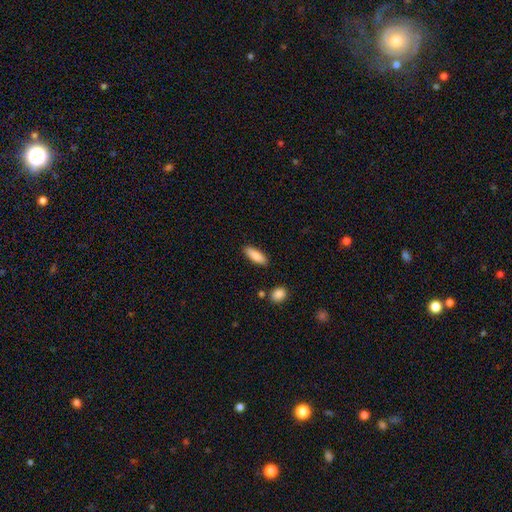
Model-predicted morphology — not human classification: Smooth or featured?
  - smooth: 87% *
  - featured or disk: 7%
  - star or artifact: 6%
How rounded?
  - in between: 60% *
  - cigar-shaped: 38%
  - round: 2%
Merging?
  - none: 86% *
  - minor disturbance: 9%
  - merger: 2%
  - major disturbance: 2%